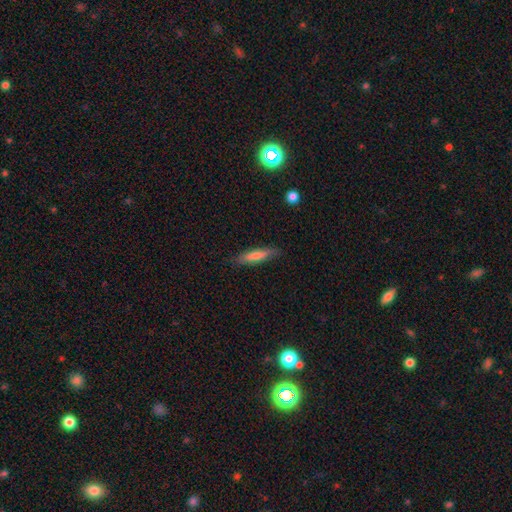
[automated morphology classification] Smooth or featured?
  - smooth: 62% *
  - featured or disk: 29%
  - star or artifact: 8%
How rounded?
  - cigar-shaped: 83% *
  - in between: 16%
  - round: 2%
Merging?
  - none: 86% *
  - minor disturbance: 10%
  - major disturbance: 2%
  - merger: 1%